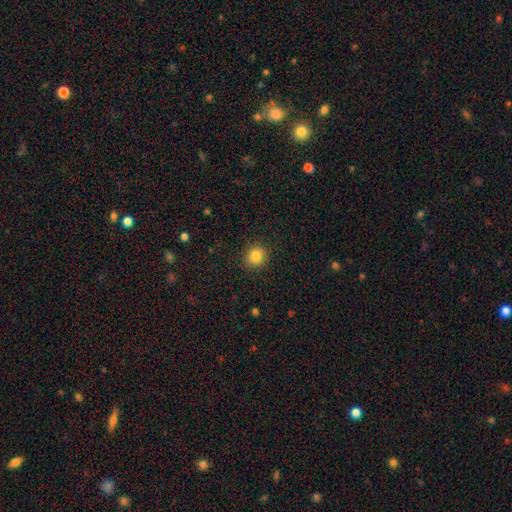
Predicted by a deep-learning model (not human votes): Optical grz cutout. It shows a smooth galaxy with no disk features (85%) that is round (87%). Merging: none (90%).